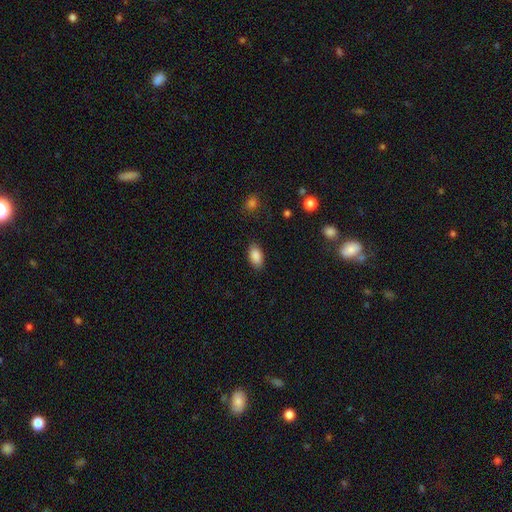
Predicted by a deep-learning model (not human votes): Morphology: type=smooth (88%); roundness=in between (92%); merging=none (86%).